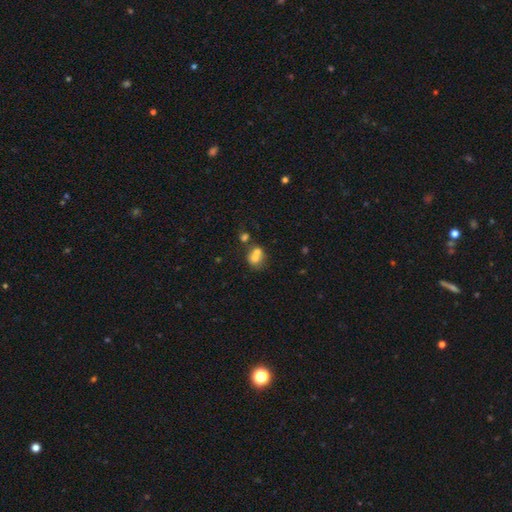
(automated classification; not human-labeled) The model was most divided on "merging": merger: 59%, none: 30%, minor disturbance: 8%, major disturbance: 3%. More confident: how rounded — round (70%); smooth or featured — smooth (67%).